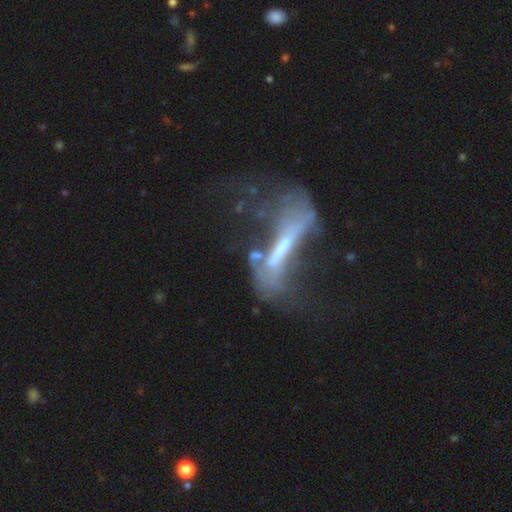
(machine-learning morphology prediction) Smooth or featured? Predicted: featured or disk (p=0.53). Edge-on disk? Predicted: no (p=0.55). Merging? Predicted: major disturbance (p=0.31).